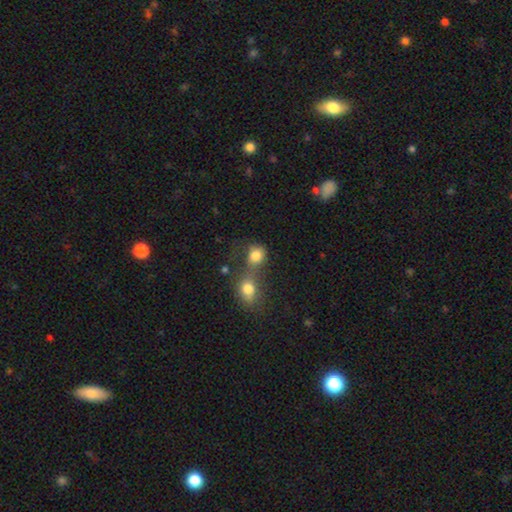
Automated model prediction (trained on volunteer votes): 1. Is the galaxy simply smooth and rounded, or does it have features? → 78% smooth, 12% star or artifact, 10% featured or disk.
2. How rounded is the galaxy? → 67% round, 32% in between, 1% cigar-shaped.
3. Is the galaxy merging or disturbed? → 58% merger, 26% none, 8% minor disturbance, 7% major disturbance.